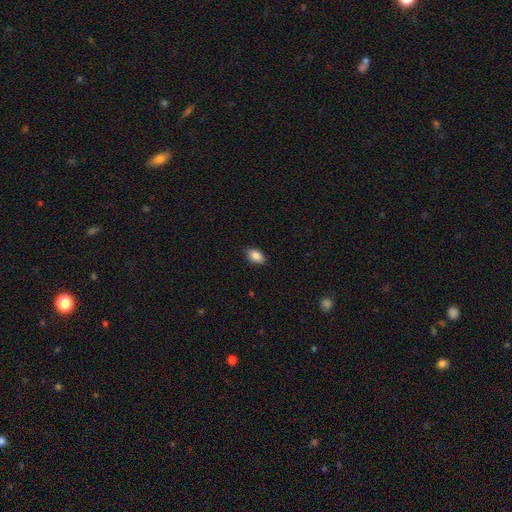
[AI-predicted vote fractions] Smooth or featured: smooth — 88% (star or artifact — 8%)
How rounded: in between — 89% (round — 9%)
Merging: none — 84% (minor disturbance — 12%)